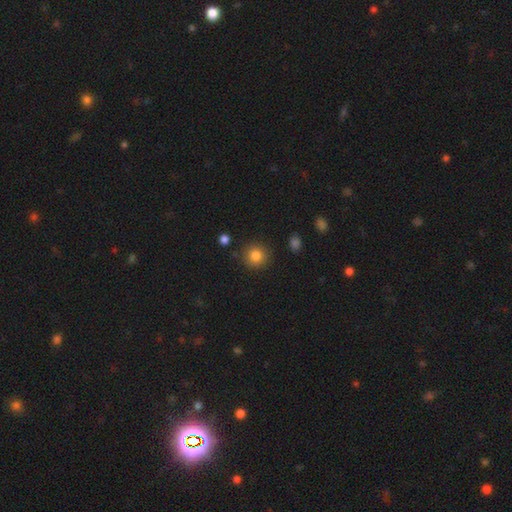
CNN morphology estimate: Smooth or featured? Predicted: smooth (p=0.84). How rounded? Predicted: round (p=0.92). Merging? Predicted: none (p=0.88).